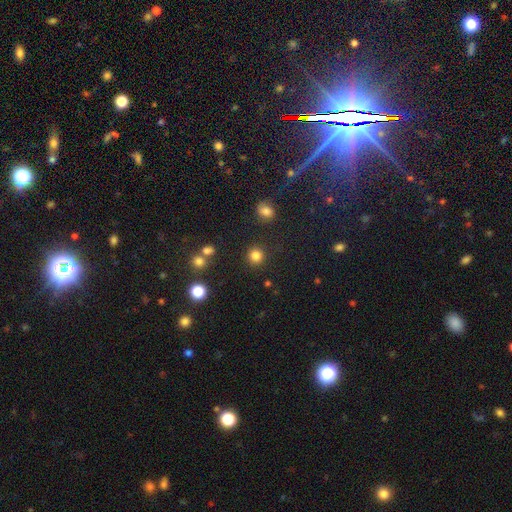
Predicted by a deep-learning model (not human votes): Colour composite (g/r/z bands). It shows a smooth galaxy with no disk features (83%) that is round (92%). Merging: none (89%).